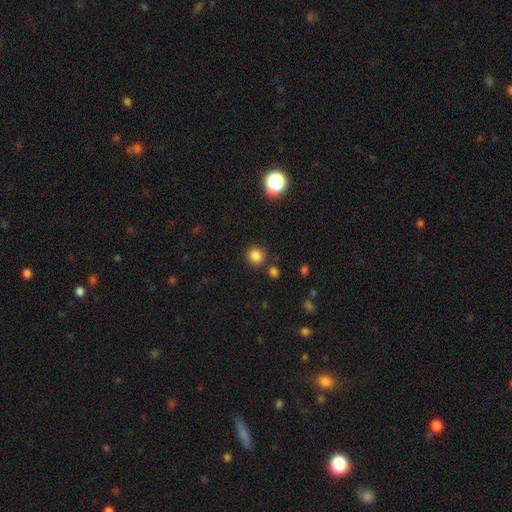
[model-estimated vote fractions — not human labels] A smooth galaxy with no disk features (83%) that is round (88%). Merging: none (82%).